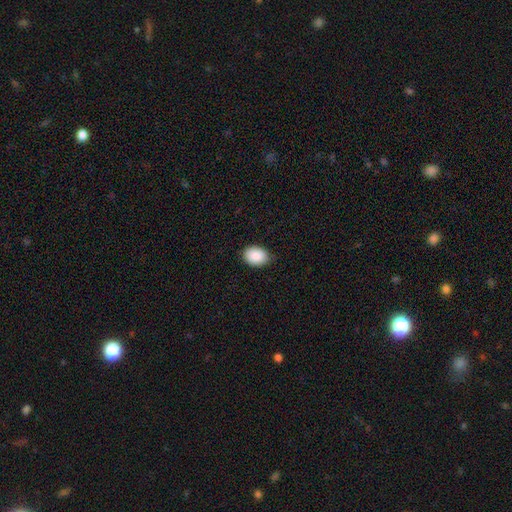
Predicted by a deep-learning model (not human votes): The model was most divided on "how rounded": in between: 73%, round: 26%, cigar-shaped: 1%. More confident: smooth or featured — smooth (89%); merging — none (83%).